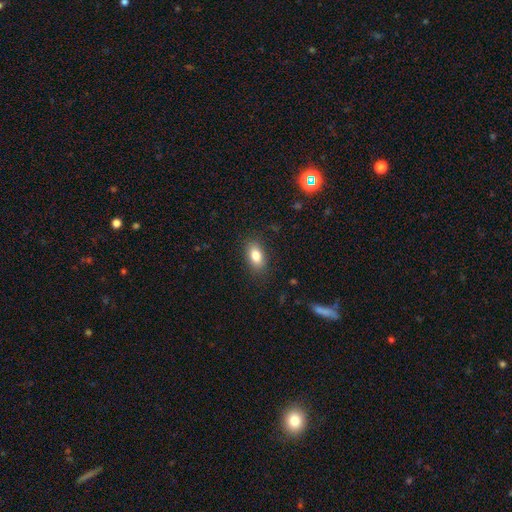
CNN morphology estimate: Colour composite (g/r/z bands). It shows a smooth galaxy with no disk features (82%) that is in between round and cigar-shaped (88%). Merging: none (85%).